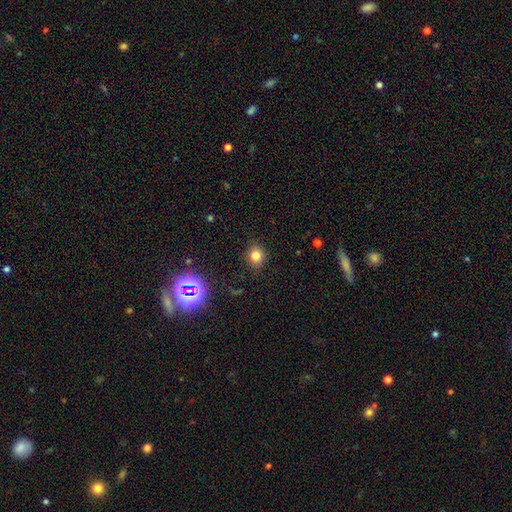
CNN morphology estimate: Smooth or featured?
  - smooth: 77% *
  - star or artifact: 16%
  - featured or disk: 7%
How rounded?
  - round: 72% *
  - in between: 27%
  - cigar-shaped: 1%
Merging?
  - none: 87% *
  - minor disturbance: 9%
  - major disturbance: 3%
  - merger: 1%